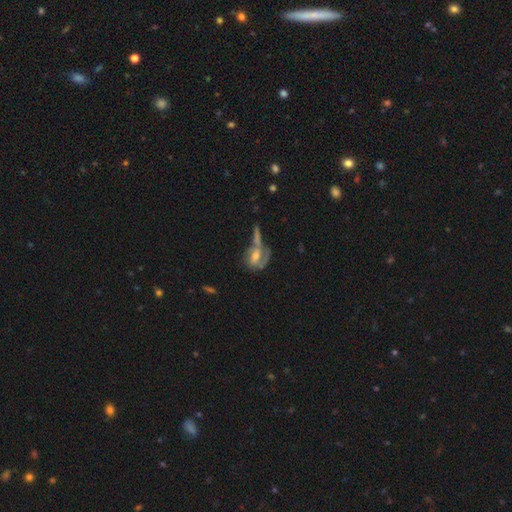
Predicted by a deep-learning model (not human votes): smooth_or_featured: featured or disk (p=0.60) [alt: smooth p=0.32]
disk_edge_on: no (p=0.92) [alt: yes p=0.08]
bar: no (p=0.45) [alt: weak p=0.39]
has_spiral_arms: yes (p=0.64) [alt: no p=0.36]
bulge_size: moderate (p=0.58) [alt: small p=0.30]
merging: merger (p=0.31) [tied with: none p=0.31]